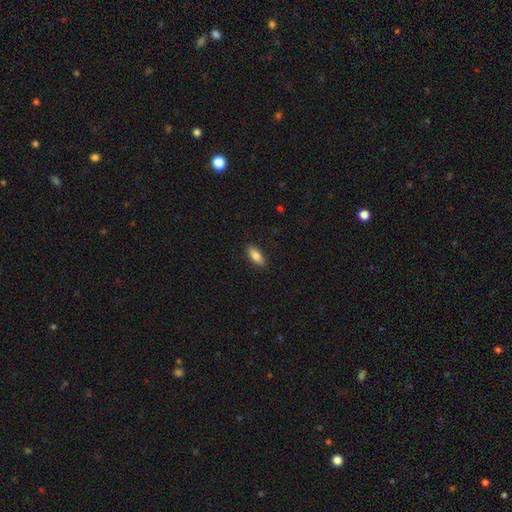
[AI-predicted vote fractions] Q: Smooth or featured?
A: smooth (83%); runner-up: featured or disk (11%)
Q: How rounded?
A: in between (76%); runner-up: cigar-shaped (22%)
Q: Merging?
A: none (89%); runner-up: minor disturbance (8%)